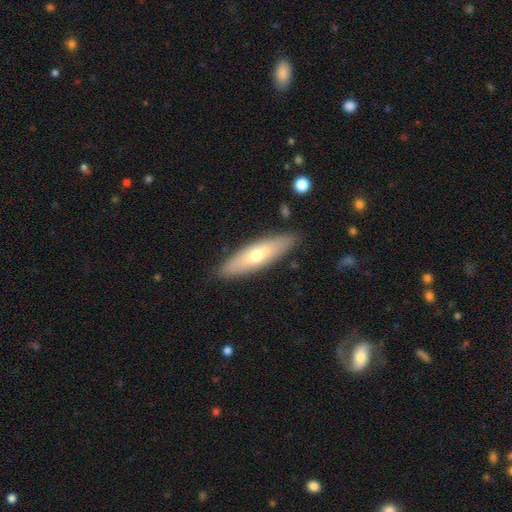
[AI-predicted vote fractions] Smooth or featured: smooth — 54% (featured or disk — 40%)
How rounded: cigar-shaped — 58% (in between — 40%)
Merging: none — 84% (minor disturbance — 11%)